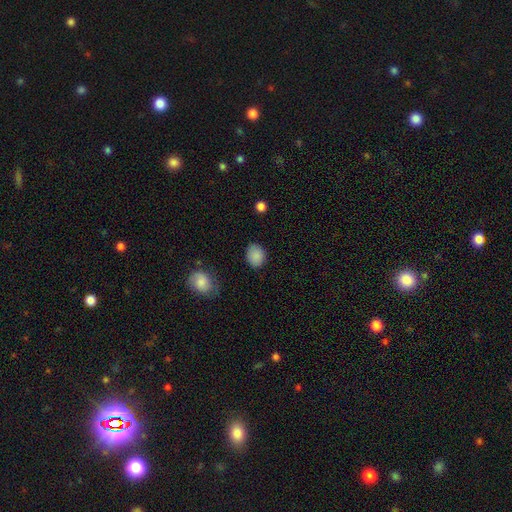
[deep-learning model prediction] A smooth galaxy with no disk features (88%) that is round (52%).

Vote fractions:
- Smooth or featured? smooth: 88% / star or artifact: 8% / featured or disk: 4%
- How rounded? round: 52% / in between: 47% / cigar-shaped: 1%
- Merging? none: 80% / minor disturbance: 14% / major disturbance: 4% / merger: 2%